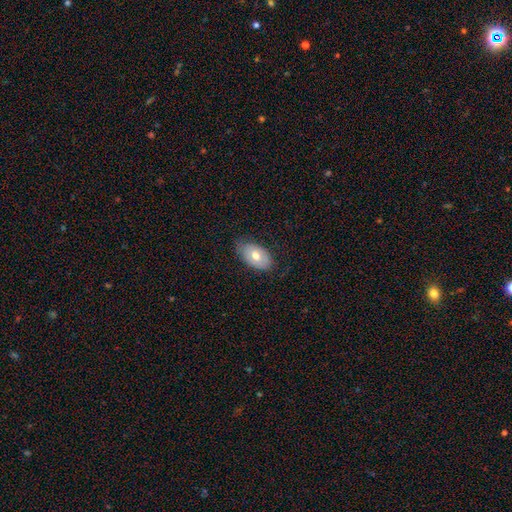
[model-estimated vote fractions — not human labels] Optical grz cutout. It shows a smooth galaxy with no disk features (64%) that is in between round and cigar-shaped (92%). Merging: none (74%).